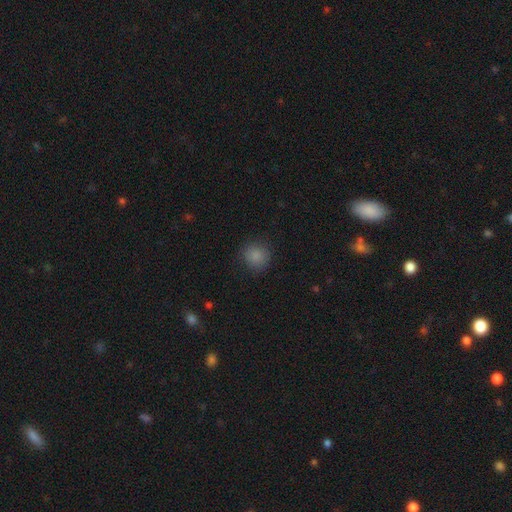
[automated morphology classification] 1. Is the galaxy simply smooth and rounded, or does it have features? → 85% smooth, 11% star or artifact, 4% featured or disk.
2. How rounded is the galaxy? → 90% round, 9% in between, 1% cigar-shaped.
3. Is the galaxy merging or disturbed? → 85% none, 10% minor disturbance, 3% major disturbance, 1% merger.